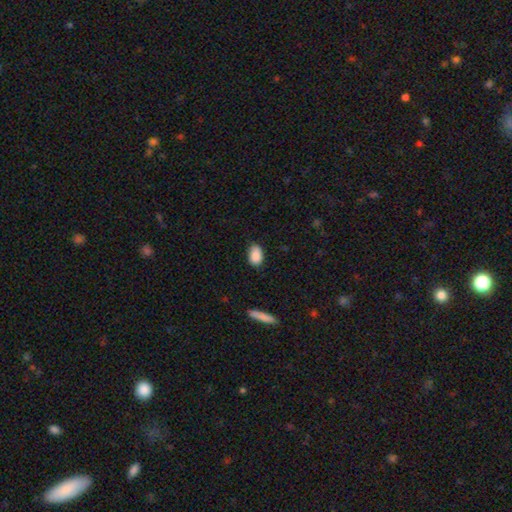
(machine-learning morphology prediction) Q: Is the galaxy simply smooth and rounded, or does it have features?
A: smooth — 88%.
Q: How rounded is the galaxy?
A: in between — 89%.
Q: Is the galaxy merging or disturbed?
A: none — 78%.